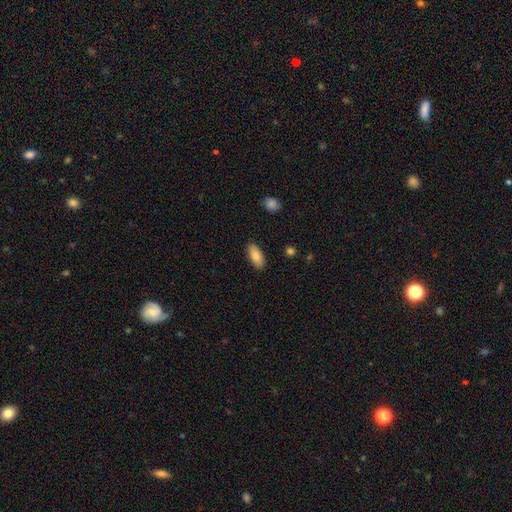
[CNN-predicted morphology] The model was most divided on "smooth or featured": smooth: 84%, featured or disk: 9%, star or artifact: 7%. More confident: how rounded — in between (88%); merging — none (88%).